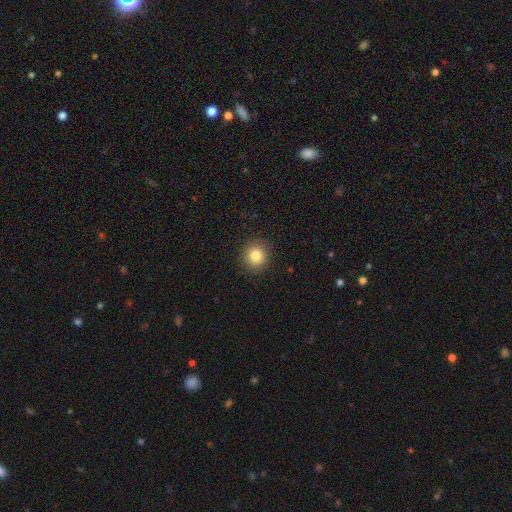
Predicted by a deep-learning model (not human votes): The model was most divided on "smooth or featured": smooth: 84%, star or artifact: 10%, featured or disk: 6%. More confident: merging — none (91%); how rounded — round (89%).